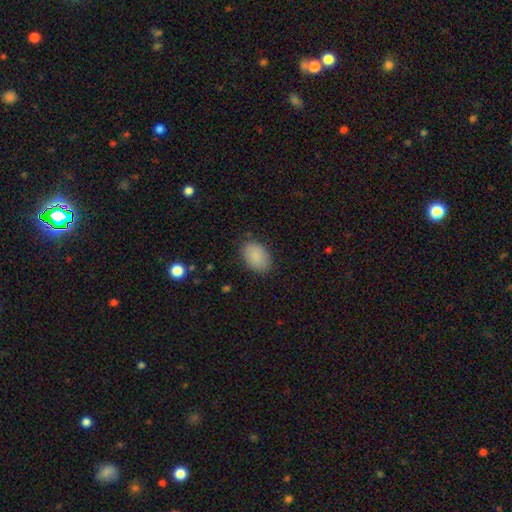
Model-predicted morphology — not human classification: smooth 89%, star or artifact 7%, featured or disk 4%. Down the decision tree: how rounded — in between (87%); merging — none (84%).